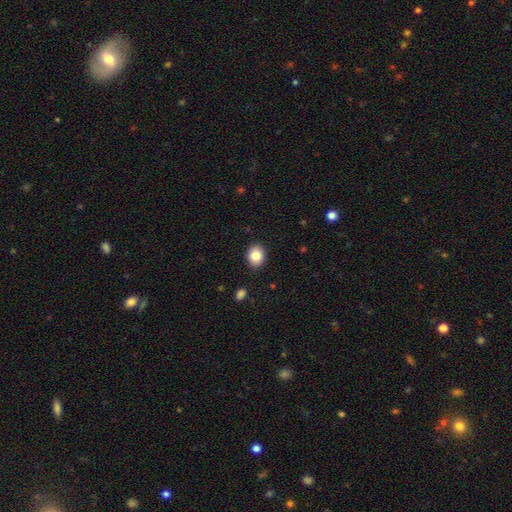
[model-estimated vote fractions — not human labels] Morphology: type=smooth (83%); roundness=round (50%); merging=none (90%).